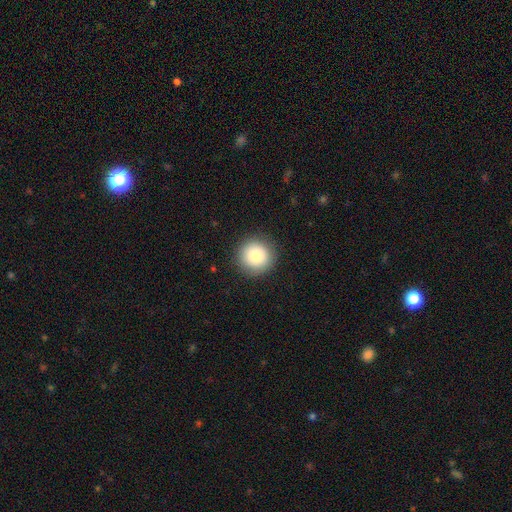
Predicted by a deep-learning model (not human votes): Smooth or featured? Predicted: smooth (p=0.84). How rounded? Predicted: round (p=0.95). Merging? Predicted: none (p=0.90).